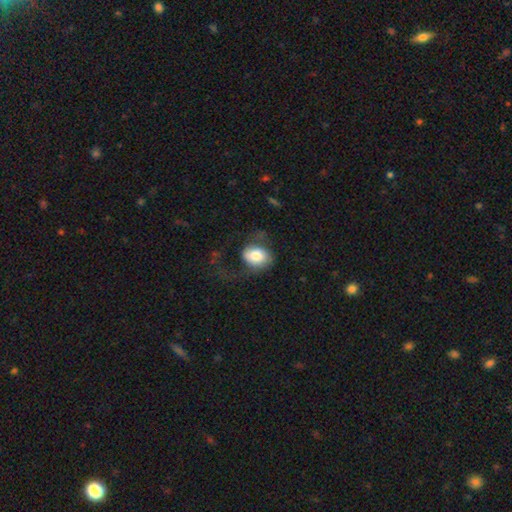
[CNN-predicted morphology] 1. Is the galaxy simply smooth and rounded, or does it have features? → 71% smooth, 21% featured or disk, 7% star or artifact.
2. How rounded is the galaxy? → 58% in between, 41% round, 1% cigar-shaped.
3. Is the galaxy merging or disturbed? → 39% none, 36% major disturbance, 23% minor disturbance, 2% merger.